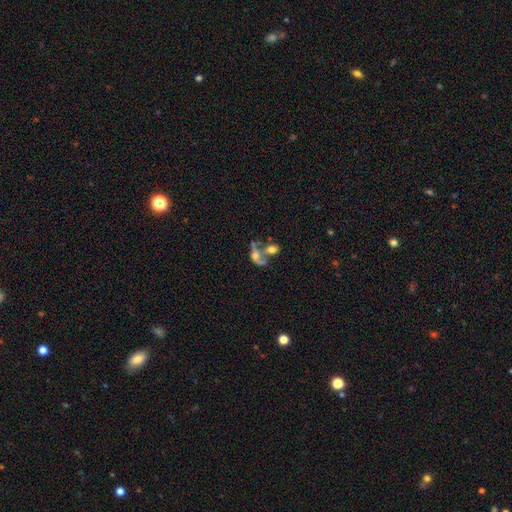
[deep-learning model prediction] Q: Smooth or featured?
A: smooth (44%); runner-up: featured or disk (43%)
Q: Merging?
A: merger (62%); runner-up: major disturbance (17%)